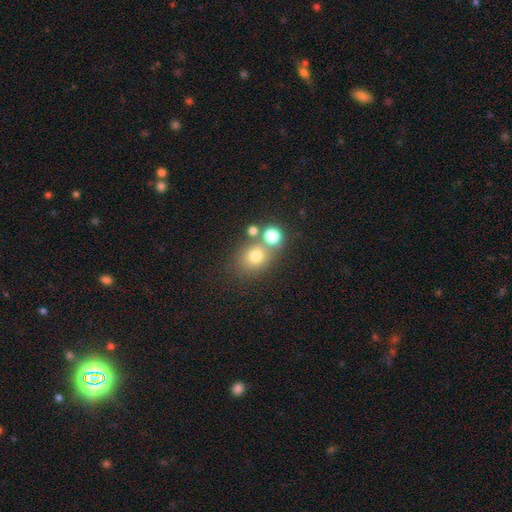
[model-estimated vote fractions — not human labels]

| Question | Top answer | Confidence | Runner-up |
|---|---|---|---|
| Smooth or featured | smooth | 72% | star or artifact (16%) |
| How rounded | round | 70% | in between (29%) |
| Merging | none | 55% | merger (30%) |